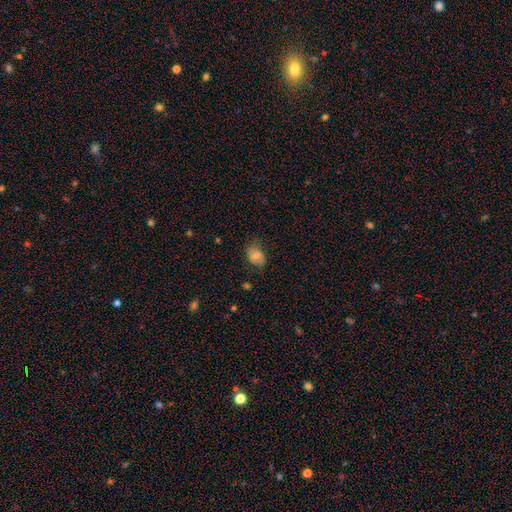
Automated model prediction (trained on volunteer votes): A smooth galaxy with no disk features (69%) that is in between round and cigar-shaped (70%).

Vote fractions:
- Smooth or featured? smooth: 69% / featured or disk: 23% / star or artifact: 9%
- How rounded? in between: 70% / round: 29% / cigar-shaped: 1%
- Merging? none: 61% / minor disturbance: 28% / major disturbance: 10% / merger: 1%